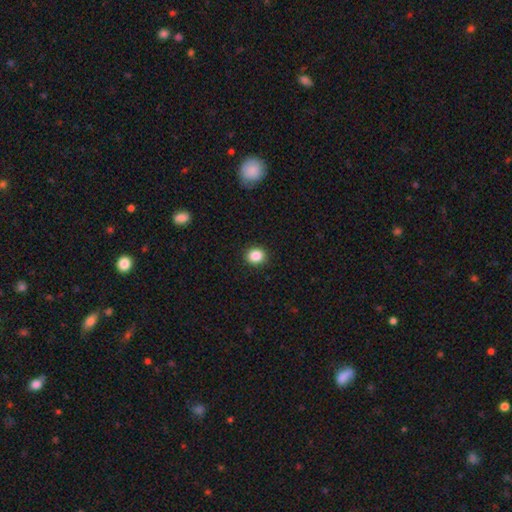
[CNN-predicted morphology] Smooth or featured? Predicted: smooth (p=0.86). How rounded? Predicted: round (p=0.79). Merging? Predicted: none (p=0.91).